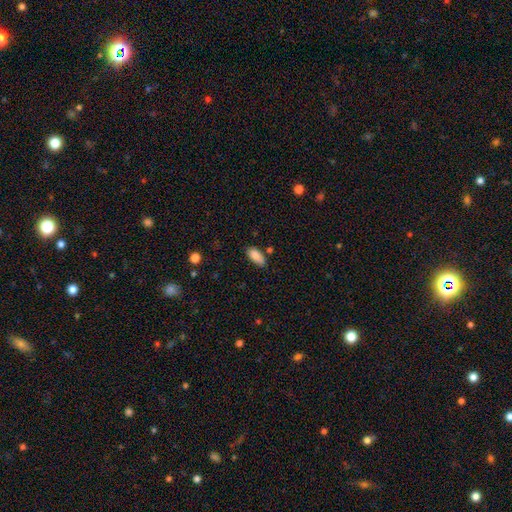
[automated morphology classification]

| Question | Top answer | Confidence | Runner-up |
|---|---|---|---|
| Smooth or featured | smooth | 87% | star or artifact (7%) |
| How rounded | in between | 89% | cigar-shaped (9%) |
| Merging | none | 74% | minor disturbance (18%) |